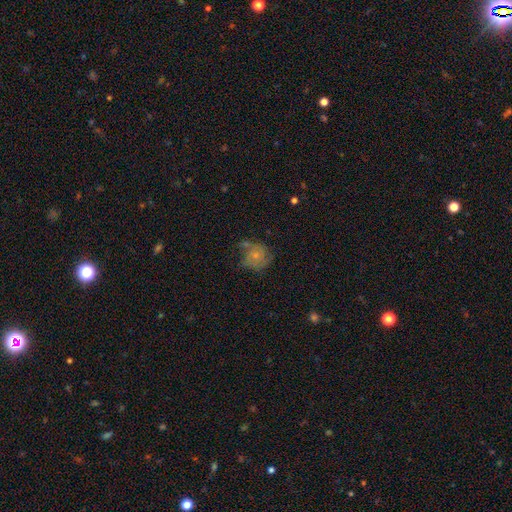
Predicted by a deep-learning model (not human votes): featured or disk 46%, smooth 45%, star or artifact 9%. Down the decision tree: merging — none (49%).